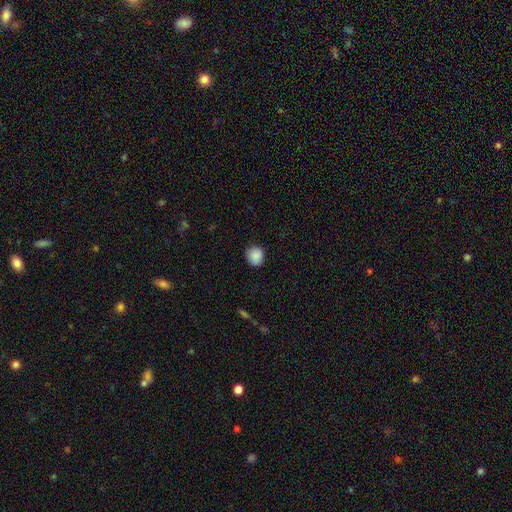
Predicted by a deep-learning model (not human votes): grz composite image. It shows a smooth galaxy with no disk features (88%) that is round (85%). Merging: none (84%).